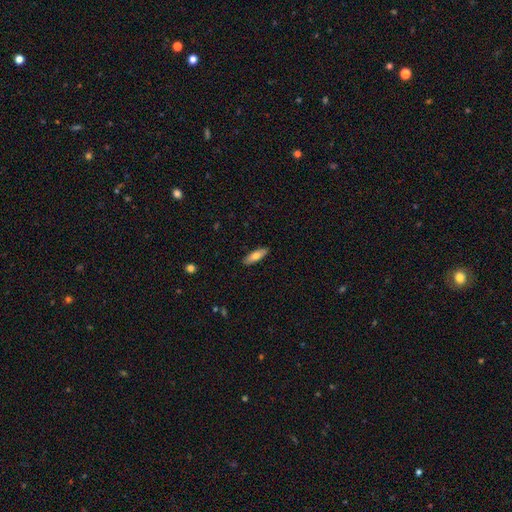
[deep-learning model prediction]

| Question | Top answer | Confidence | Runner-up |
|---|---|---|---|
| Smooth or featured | smooth | 68% | featured or disk (26%) |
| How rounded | cigar-shaped | 51% | in between (47%) |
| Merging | none | 89% | minor disturbance (9%) |